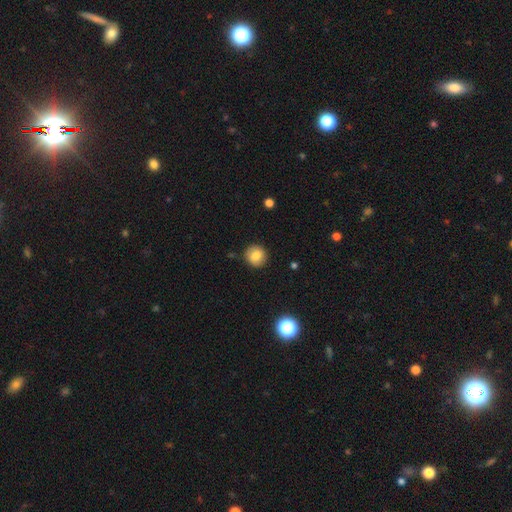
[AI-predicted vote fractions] smooth 82%, star or artifact 10%, featured or disk 8%. Down the decision tree: how rounded — round (91%); merging — none (89%).